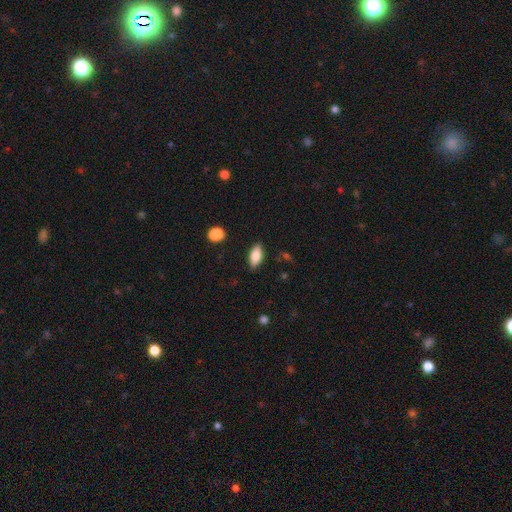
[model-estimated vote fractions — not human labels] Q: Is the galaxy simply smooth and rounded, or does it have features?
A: smooth — 80%.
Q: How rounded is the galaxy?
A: in between — 86%.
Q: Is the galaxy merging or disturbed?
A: none — 85%.